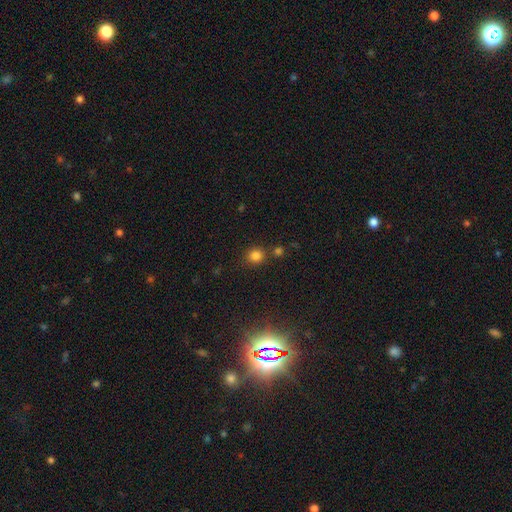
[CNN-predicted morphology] The model was most divided on "merging": none: 76%, merger: 12%, minor disturbance: 9%, major disturbance: 3%. More confident: how rounded — round (86%); smooth or featured — smooth (80%).